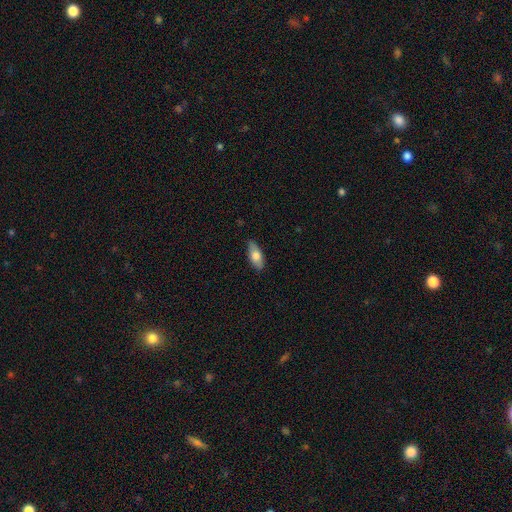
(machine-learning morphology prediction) The model was most divided on "smooth or featured": smooth: 72%, featured or disk: 22%, star or artifact: 6%. More confident: how rounded — in between (84%); merging — none (83%).